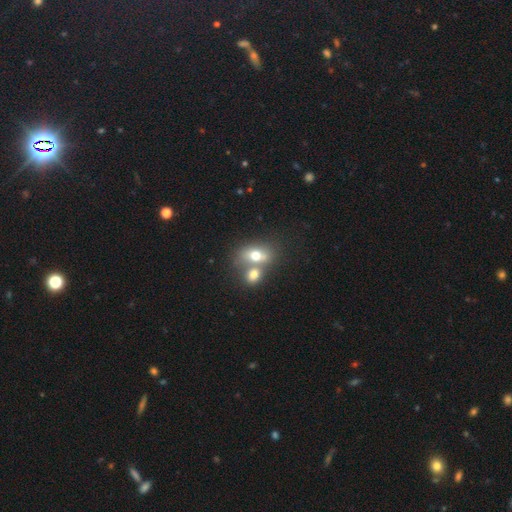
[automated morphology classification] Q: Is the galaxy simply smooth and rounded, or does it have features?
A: smooth — 68%.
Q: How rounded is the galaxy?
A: in between — 70%.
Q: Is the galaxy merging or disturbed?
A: merger — 56%.